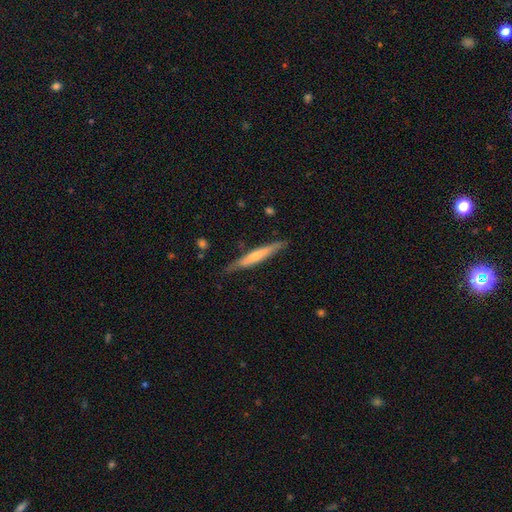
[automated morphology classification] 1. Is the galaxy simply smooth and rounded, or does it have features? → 63% featured or disk, 31% smooth, 6% star or artifact.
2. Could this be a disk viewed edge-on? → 95% yes, 5% no.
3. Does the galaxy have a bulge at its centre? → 66% rounded, 29% none, 5% boxy.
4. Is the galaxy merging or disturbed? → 85% none, 12% minor disturbance, 2% major disturbance, 1% merger.